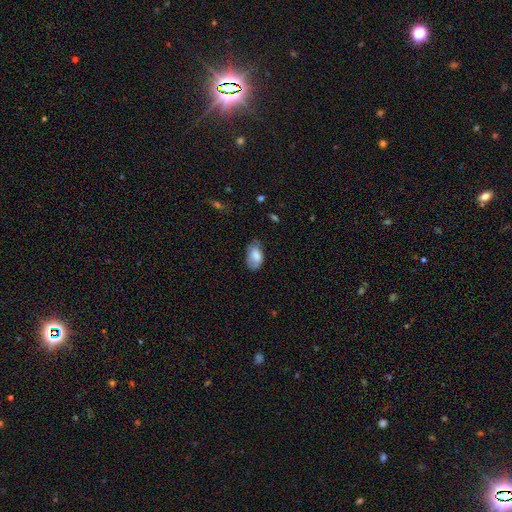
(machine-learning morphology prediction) A smooth galaxy with no disk features (79%) that is in between round and cigar-shaped (92%).

Vote fractions:
- Smooth or featured? smooth: 79% / featured or disk: 14% / star or artifact: 7%
- How rounded? in between: 92% / round: 6% / cigar-shaped: 2%
- Merging? none: 56% / minor disturbance: 33% / major disturbance: 9% / merger: 2%